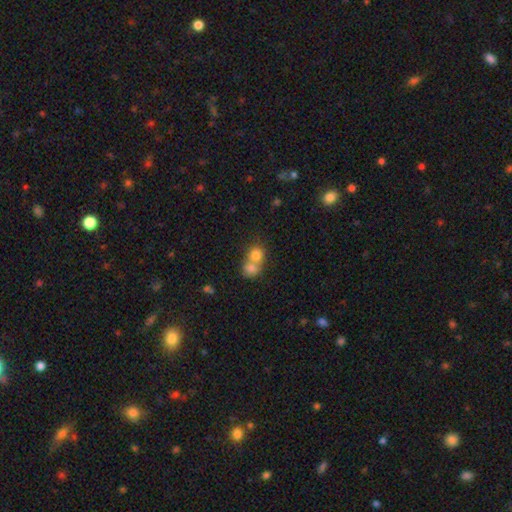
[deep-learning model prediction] Morphology: type=smooth (77%); roundness=round (78%); merging=merger (64%).